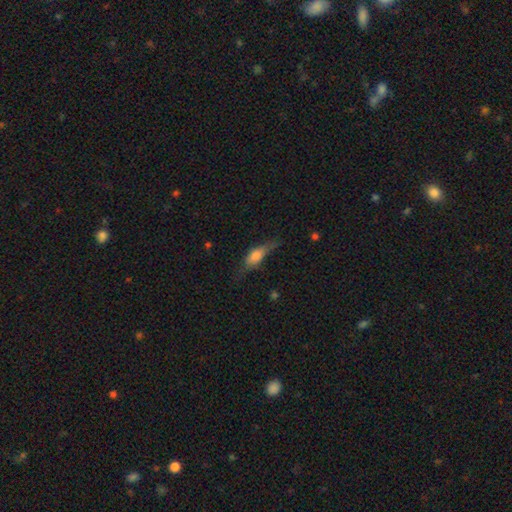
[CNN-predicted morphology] Smooth or featured?
  - smooth: 61% *
  - featured or disk: 31%
  - star or artifact: 8%
How rounded?
  - in between: 63% *
  - cigar-shaped: 32%
  - round: 4%
Merging?
  - none: 51% *
  - minor disturbance: 31%
  - major disturbance: 16%
  - merger: 2%